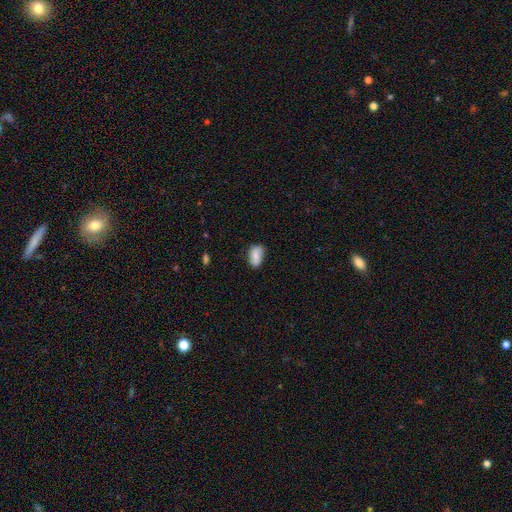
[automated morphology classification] smooth_or_featured: smooth (p=0.75) [alt: featured or disk p=0.17]
how_rounded: in between (p=0.91) [alt: round p=0.07]
merging: none (p=0.68) [alt: minor disturbance p=0.25]